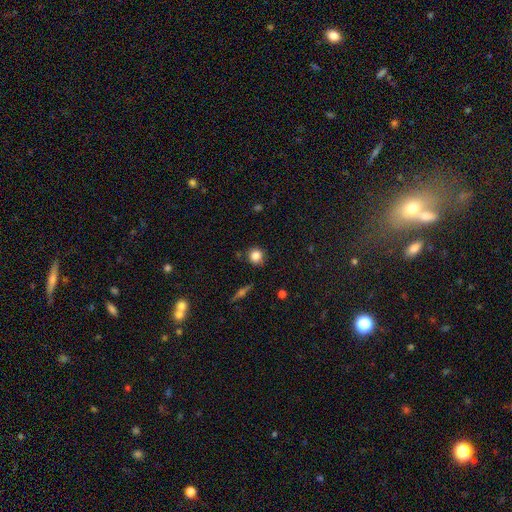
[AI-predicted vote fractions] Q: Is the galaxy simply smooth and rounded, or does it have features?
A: smooth — 83%.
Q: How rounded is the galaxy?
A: round — 91%.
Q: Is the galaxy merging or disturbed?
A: none — 84%.